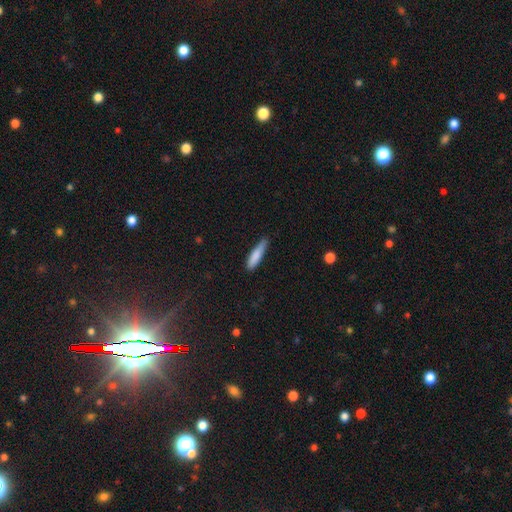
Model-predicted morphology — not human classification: smooth-or-featured: smooth: 83% | featured or disk: 12% | star or artifact: 6%
  how-rounded: cigar-shaped: 82% | in between: 17% | round: 1%
  merging: none: 72% | minor disturbance: 23% | major disturbance: 3% | merger: 2%